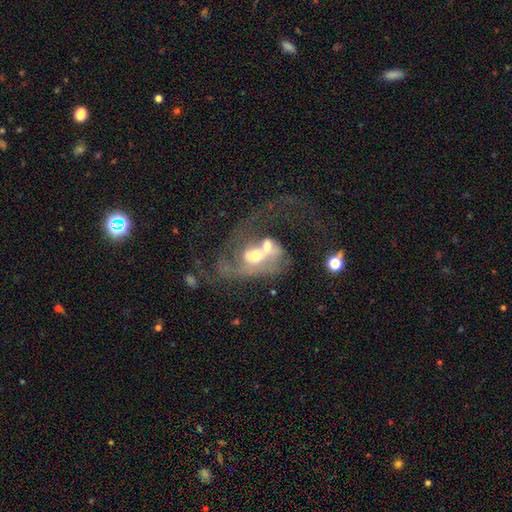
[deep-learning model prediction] A featured or disk galaxy (70%) with no bar (68%), spiral arms (68%) and a moderate central bulge (62%). Merging: merger (59%).